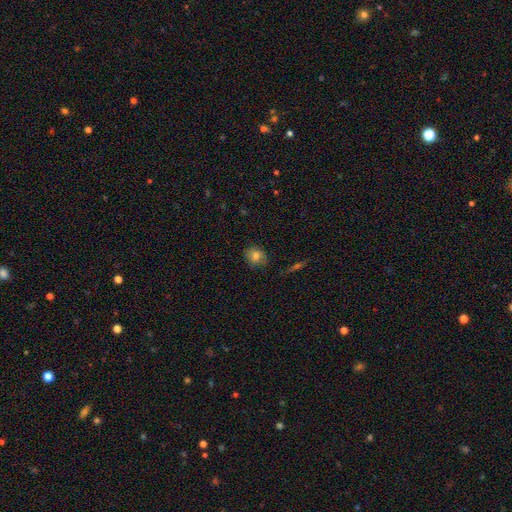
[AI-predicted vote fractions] A smooth galaxy with no disk features (76%) that is round (59%). Merging: none (80%).